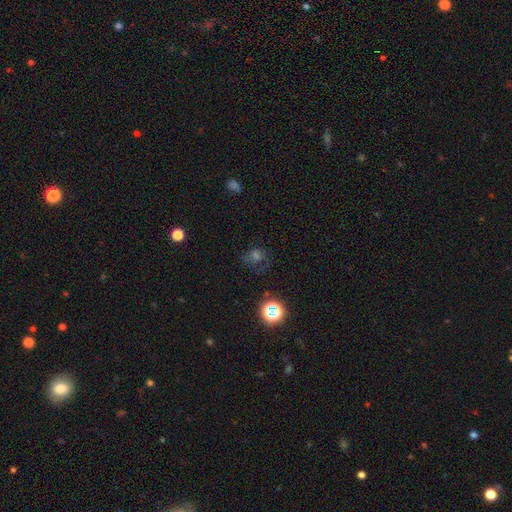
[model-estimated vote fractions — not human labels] Overall: star or artifact (41%; smooth 39%).